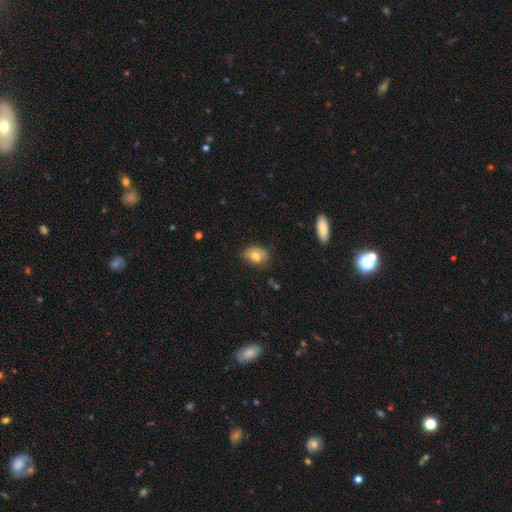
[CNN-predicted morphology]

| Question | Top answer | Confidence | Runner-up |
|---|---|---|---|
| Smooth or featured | smooth | 72% | featured or disk (18%) |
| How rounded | in between | 76% | round (22%) |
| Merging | none | 57% | minor disturbance (31%) |